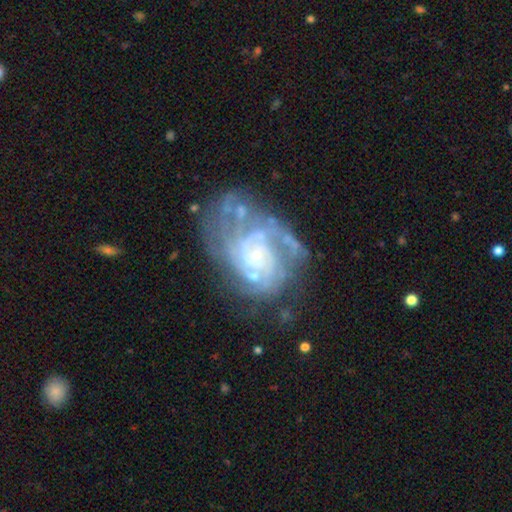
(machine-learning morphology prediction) A featured or disk galaxy (87%) with no bar (74%), tight (66%) spiral arms (95%) and a small central bulge (78%). Merging: none (54%).